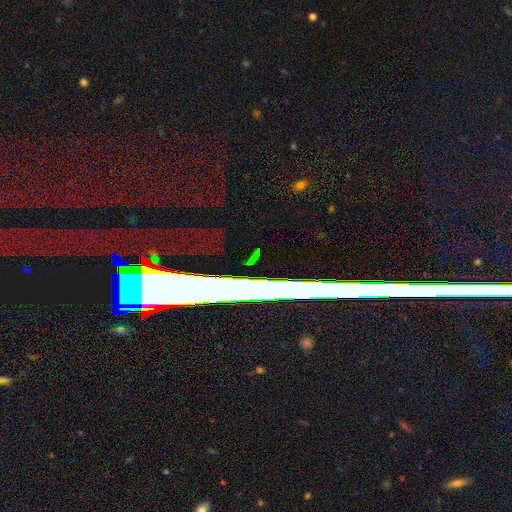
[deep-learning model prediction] Overall: star or artifact (50%; featured or disk 29%).